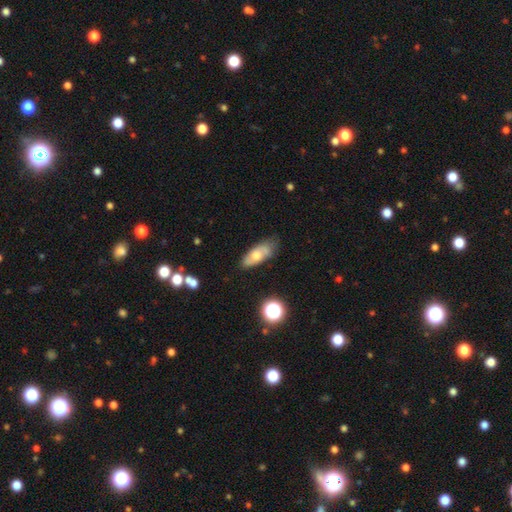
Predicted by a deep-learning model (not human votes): This appears to be a smooth galaxy with no disk features (55%) that is in between round and cigar-shaped (74%). Merging: none (66%).